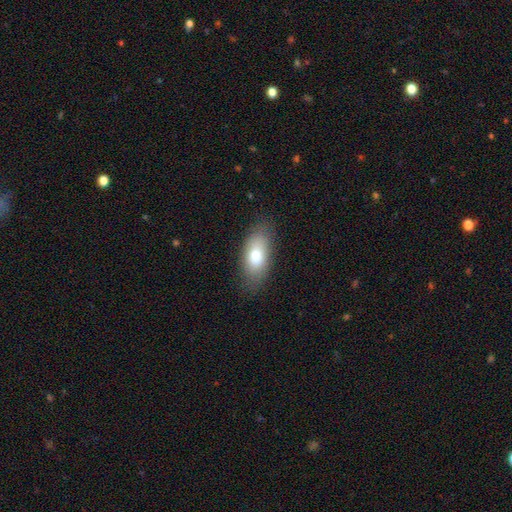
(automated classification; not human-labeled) Morphology: type=smooth (76%); roundness=in between (89%); merging=none (80%).